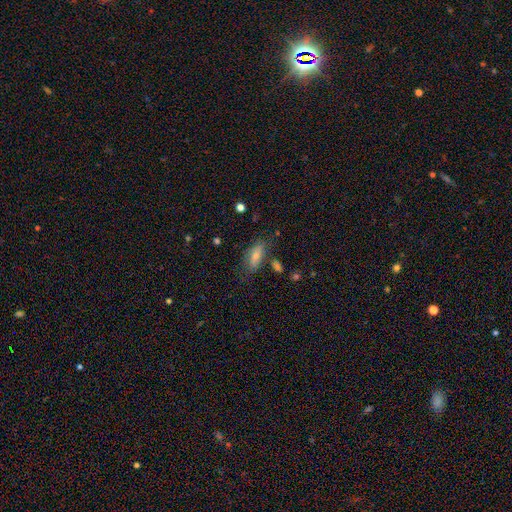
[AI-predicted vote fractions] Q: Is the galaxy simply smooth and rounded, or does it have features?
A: smooth — 60%.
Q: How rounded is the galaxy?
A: in between — 70%.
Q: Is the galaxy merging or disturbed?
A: none — 68%.